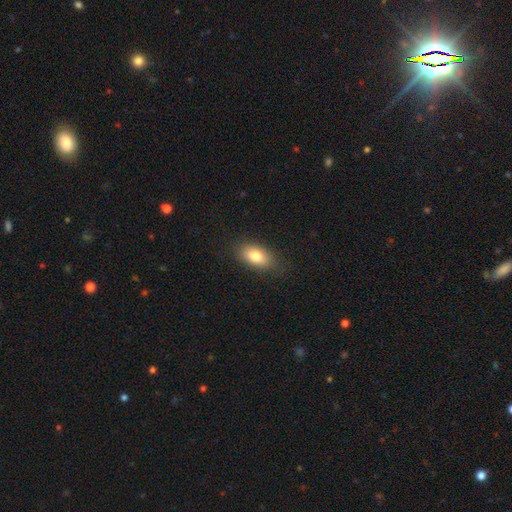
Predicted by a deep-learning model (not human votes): Smooth or featured? smooth (79%)
How rounded? in between (89%)
Merging? none (83%)